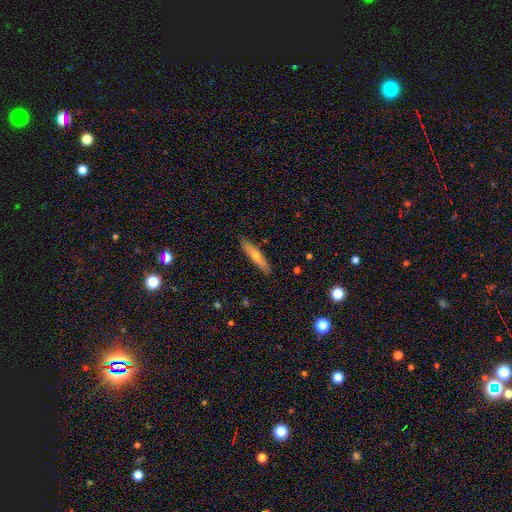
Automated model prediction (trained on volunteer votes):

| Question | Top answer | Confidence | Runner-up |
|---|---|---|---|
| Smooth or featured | smooth | 55% | featured or disk (38%) |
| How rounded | cigar-shaped | 89% | in between (9%) |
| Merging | none | 89% | minor disturbance (8%) |